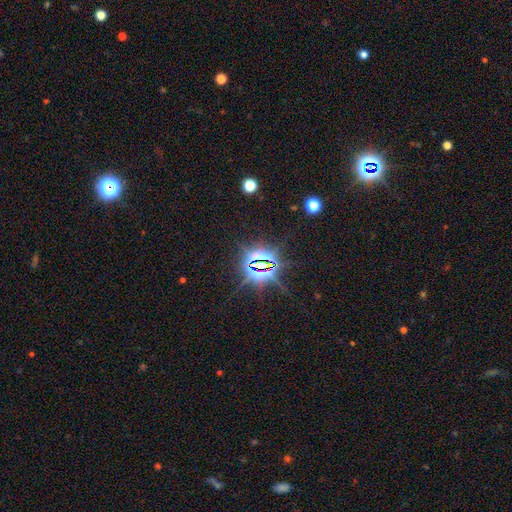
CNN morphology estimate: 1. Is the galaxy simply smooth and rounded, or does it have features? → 83% star or artifact, 9% smooth, 8% featured or disk.